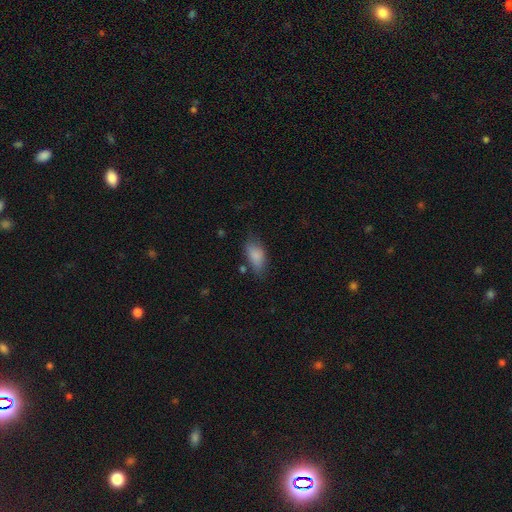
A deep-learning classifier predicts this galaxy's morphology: Overall: smooth (83%). How rounded: in between (90%). Merging: none (59%; minor disturbance 28%).